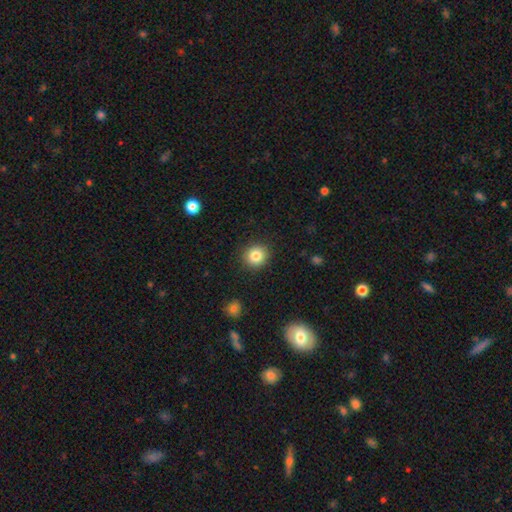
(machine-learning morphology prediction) smooth_or_featured: smooth (p=0.84) [alt: star or artifact p=0.10]
how_rounded: round (p=0.89) [alt: in between p=0.10]
merging: none (p=0.89) [alt: minor disturbance p=0.07]